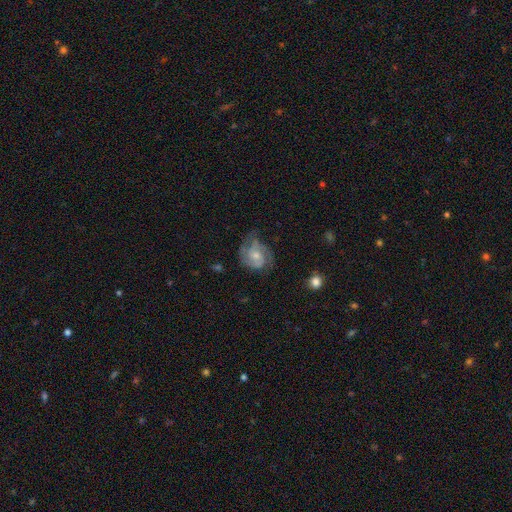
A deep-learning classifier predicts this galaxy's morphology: This is likely a featured or disk galaxy (76%). It is clearly not viewed edge-on (98%). Bar: likely no (68%). Spiral arm pattern: clearly yes (93%). Spiral arm count: possibly 2 (54%). Spiral winding: marginally medium (44%). Central bulge: possibly moderate (47%). Merging: possibly none (56%).